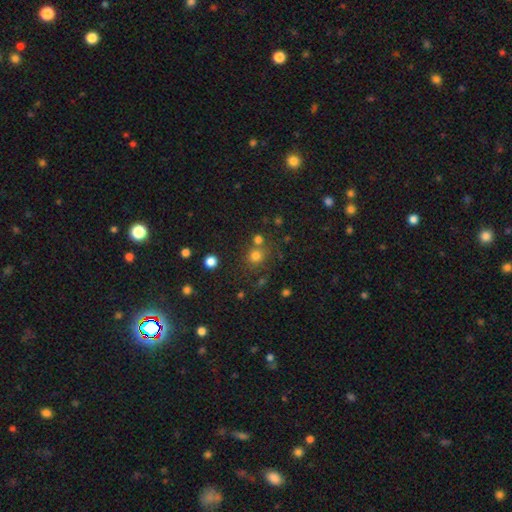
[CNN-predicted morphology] Smooth or featured: smooth — 75% (star or artifact — 17%)
How rounded: round — 85% (in between — 14%)
Merging: none — 67% (merger — 19%)